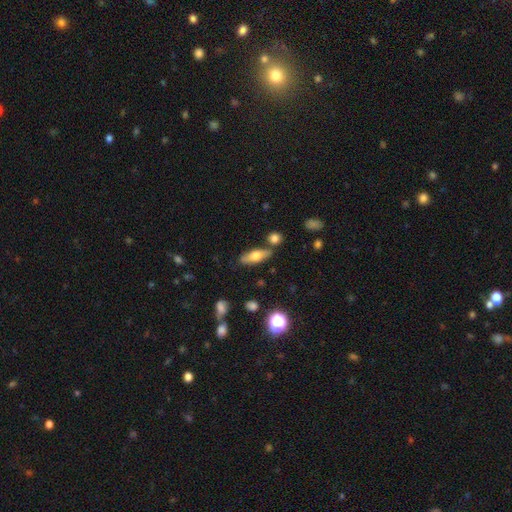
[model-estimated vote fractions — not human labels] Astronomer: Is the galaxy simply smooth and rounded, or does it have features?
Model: smooth — 57% (runner-up: featured or disk, 35%).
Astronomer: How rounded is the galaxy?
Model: in between — 56% (runner-up: cigar-shaped, 41%).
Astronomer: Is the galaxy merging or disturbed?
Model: none — 76%.